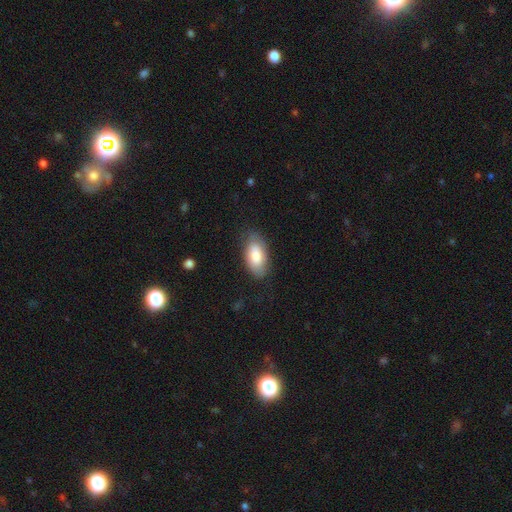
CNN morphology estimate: type=smooth (78%); roundness=in between (93%); merging=none (76%).